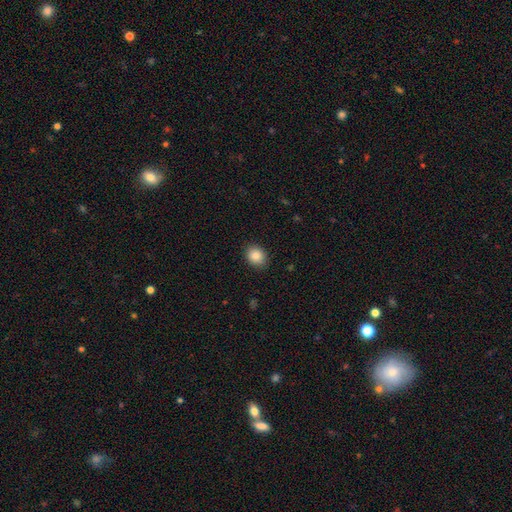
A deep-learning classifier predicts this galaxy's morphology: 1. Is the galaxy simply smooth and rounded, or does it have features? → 86% smooth, 9% star or artifact, 5% featured or disk.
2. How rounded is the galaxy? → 62% round, 37% in between, 1% cigar-shaped.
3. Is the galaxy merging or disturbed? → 88% none, 9% minor disturbance, 2% major disturbance, 1% merger.